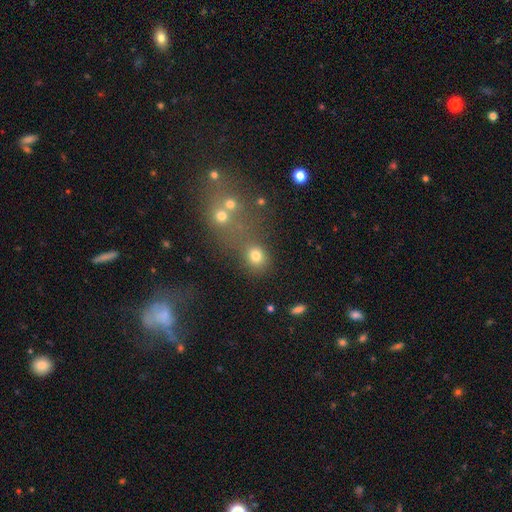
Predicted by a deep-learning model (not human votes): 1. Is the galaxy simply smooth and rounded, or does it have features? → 74% smooth, 17% star or artifact, 9% featured or disk.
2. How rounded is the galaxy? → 71% round, 28% in between, 2% cigar-shaped.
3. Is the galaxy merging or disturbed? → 60% none, 22% merger, 11% minor disturbance, 7% major disturbance.